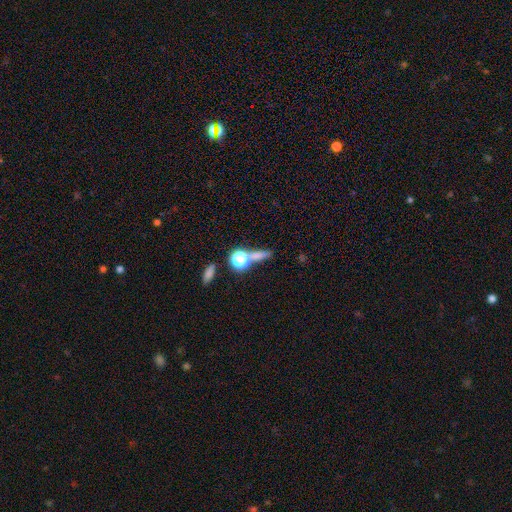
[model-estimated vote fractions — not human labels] smooth-or-featured: smooth: 60% | star or artifact: 25% | featured or disk: 15%
  how-rounded: cigar-shaped: 38% | round: 37% | in between: 25%
  merging: none: 59% | merger: 23% | minor disturbance: 11% | major disturbance: 7%